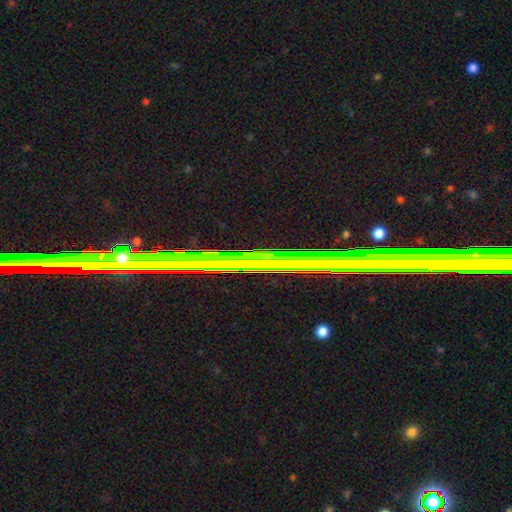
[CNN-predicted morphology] This appears to be a star or artifact, not a galaxy (59%).